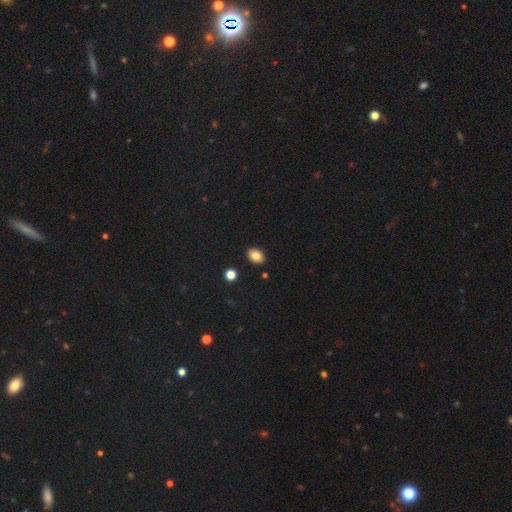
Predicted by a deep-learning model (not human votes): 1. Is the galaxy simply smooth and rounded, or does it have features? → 83% smooth, 9% star or artifact, 8% featured or disk.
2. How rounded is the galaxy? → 80% in between, 19% round, 1% cigar-shaped.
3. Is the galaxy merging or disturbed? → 88% none, 8% minor disturbance, 2% merger, 2% major disturbance.